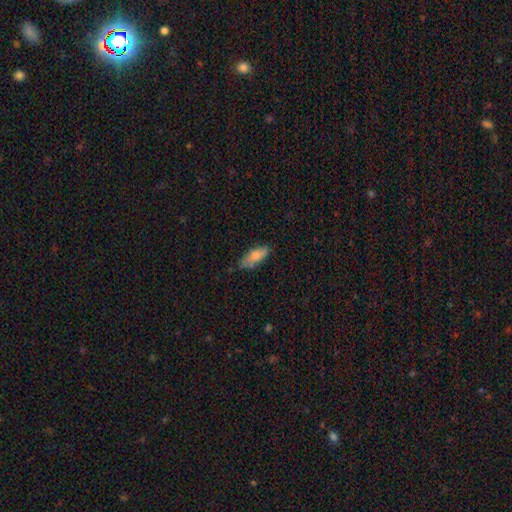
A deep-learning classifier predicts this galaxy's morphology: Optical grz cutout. It shows a smooth galaxy with no disk features (79%) that is in between round and cigar-shaped (74%). Merging: none (67%).